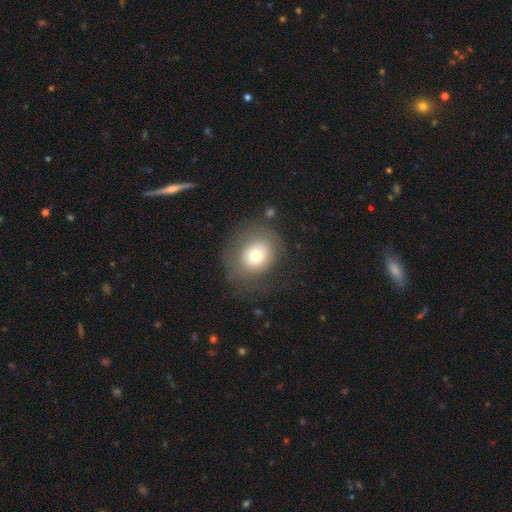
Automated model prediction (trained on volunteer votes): Smooth or featured?
  - smooth: 69% *
  - featured or disk: 21%
  - star or artifact: 10%
How rounded?
  - round: 76% *
  - in between: 23%
  - cigar-shaped: 1%
Merging?
  - none: 66% *
  - minor disturbance: 18%
  - major disturbance: 15%
  - merger: 2%